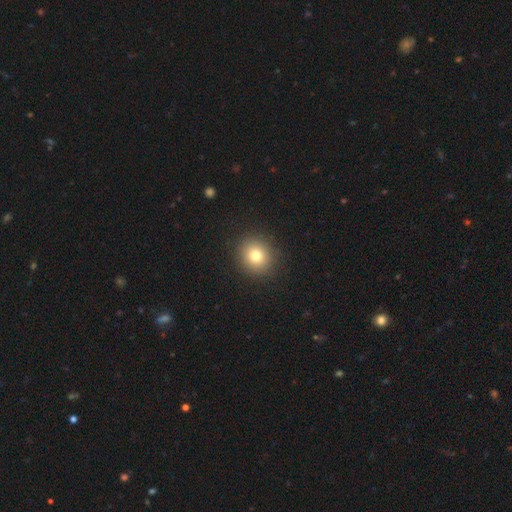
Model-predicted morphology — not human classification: Smooth or featured? smooth (79%)
How rounded? round (85%)
Merging? none (91%)